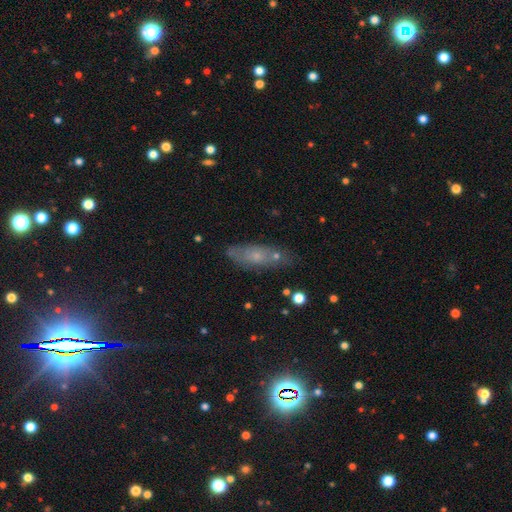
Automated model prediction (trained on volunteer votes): Overall: smooth (52%; featured or disk 35%). How rounded: in between (54%; cigar-shaped 41%). Merging: none (67%).